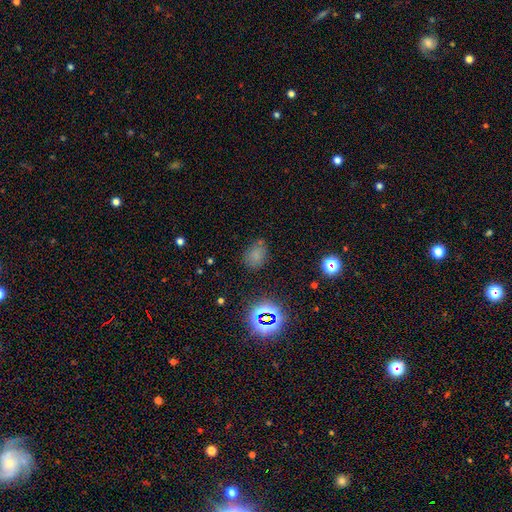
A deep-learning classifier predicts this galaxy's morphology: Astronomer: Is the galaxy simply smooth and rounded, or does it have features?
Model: smooth — 68%.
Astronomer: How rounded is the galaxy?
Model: in between — 62% (runner-up: round, 37%).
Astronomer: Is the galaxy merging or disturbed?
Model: none — 71%.